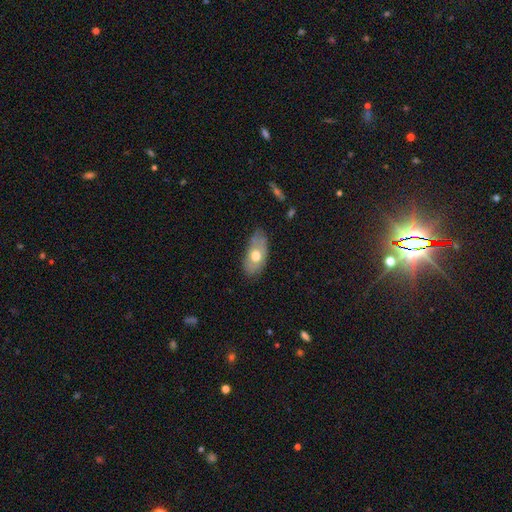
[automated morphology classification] type=smooth (62%); roundness=in between (89%); merging=none (64%).